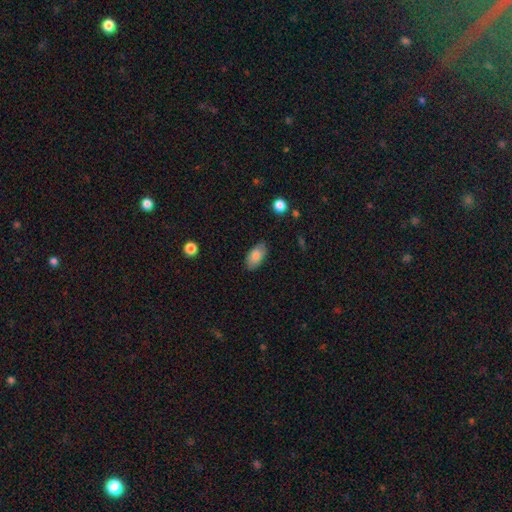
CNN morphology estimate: type=smooth (83%); roundness=in between (94%); merging=none (83%).